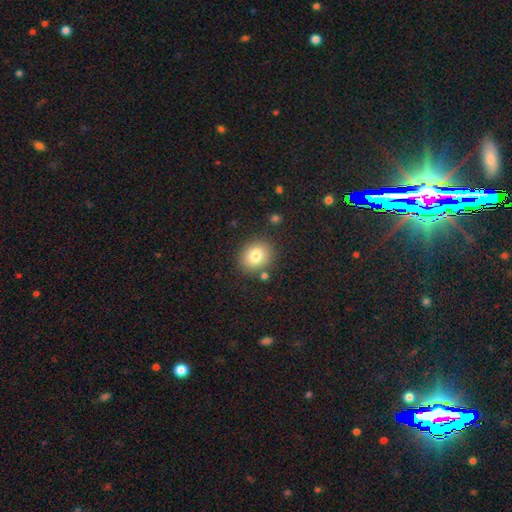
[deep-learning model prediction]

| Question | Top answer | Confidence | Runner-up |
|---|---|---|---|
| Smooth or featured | smooth | 80% | star or artifact (11%) |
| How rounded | round | 67% | in between (32%) |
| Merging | none | 83% | minor disturbance (9%) |